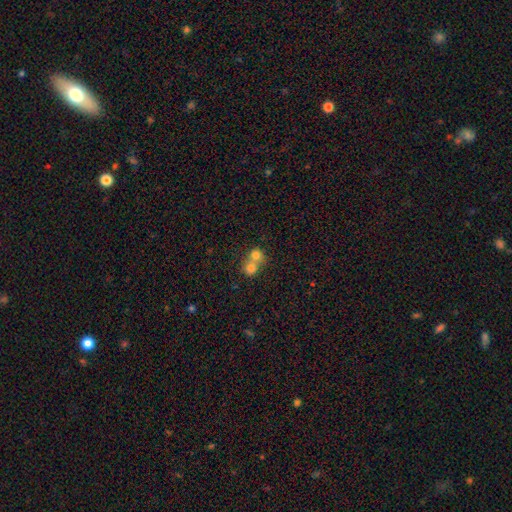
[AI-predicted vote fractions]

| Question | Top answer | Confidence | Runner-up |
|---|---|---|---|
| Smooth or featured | smooth | 75% | featured or disk (14%) |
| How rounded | round | 81% | in between (18%) |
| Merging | merger | 68% | none (26%) |